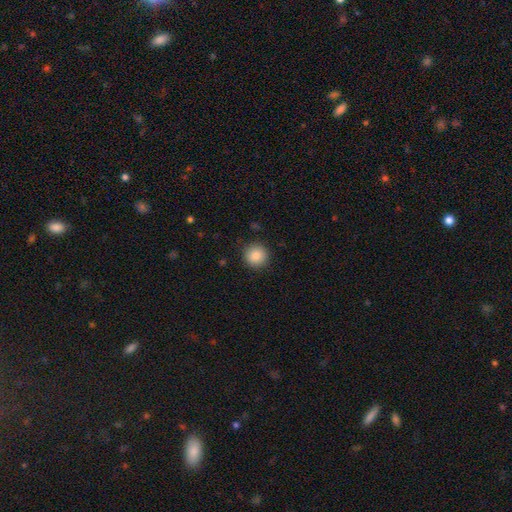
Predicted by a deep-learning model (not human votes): Smooth or featured?
  - smooth: 87% *
  - star or artifact: 9%
  - featured or disk: 4%
How rounded?
  - round: 94% *
  - in between: 5%
  - cigar-shaped: 1%
Merging?
  - none: 90% *
  - minor disturbance: 7%
  - major disturbance: 2%
  - merger: 1%